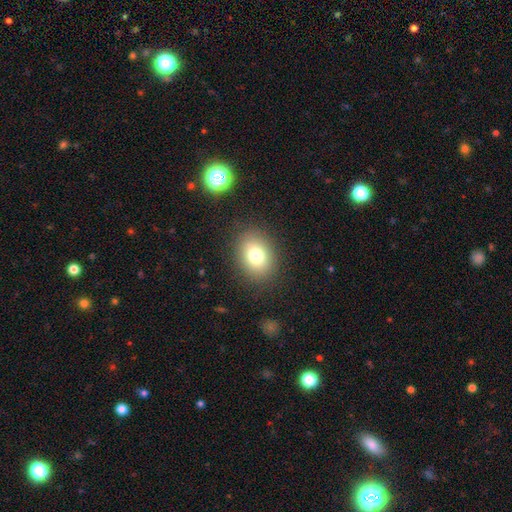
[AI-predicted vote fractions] Smooth or featured?
  - smooth: 78% *
  - star or artifact: 11%
  - featured or disk: 11%
How rounded?
  - in between: 58% *
  - round: 41%
  - cigar-shaped: 1%
Merging?
  - none: 85% *
  - minor disturbance: 9%
  - major disturbance: 4%
  - merger: 1%